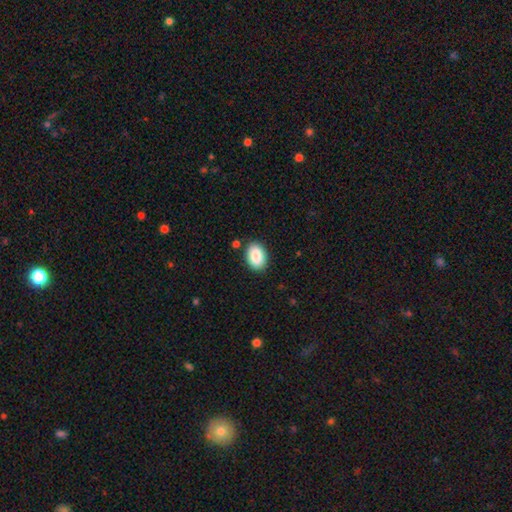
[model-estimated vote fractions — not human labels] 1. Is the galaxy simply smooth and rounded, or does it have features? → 89% smooth, 7% star or artifact, 5% featured or disk.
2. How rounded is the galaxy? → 87% in between, 12% round, 1% cigar-shaped.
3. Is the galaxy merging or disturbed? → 87% none, 9% minor disturbance, 2% merger, 2% major disturbance.